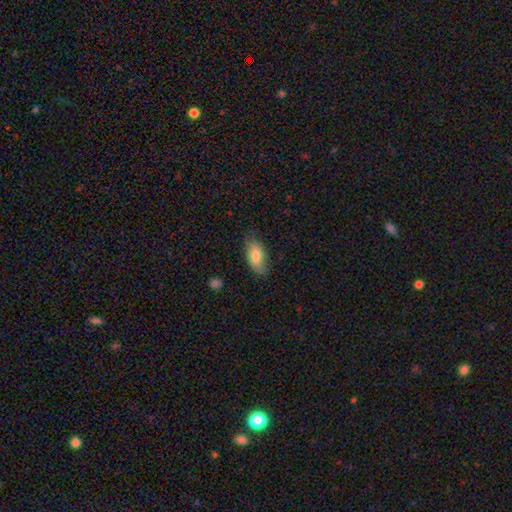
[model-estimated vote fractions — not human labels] Smooth or featured? Predicted: smooth (p=0.78). How rounded? Predicted: in between (p=0.89). Merging? Predicted: none (p=0.76).